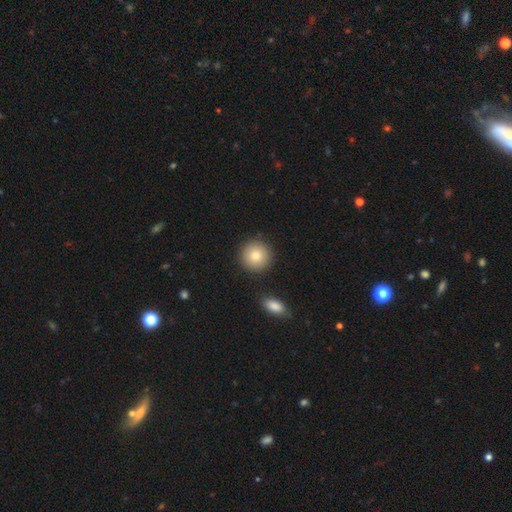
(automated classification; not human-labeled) This is clearly a smooth galaxy (85%). How rounded: clearly round (93%). Merging: clearly none (87%).